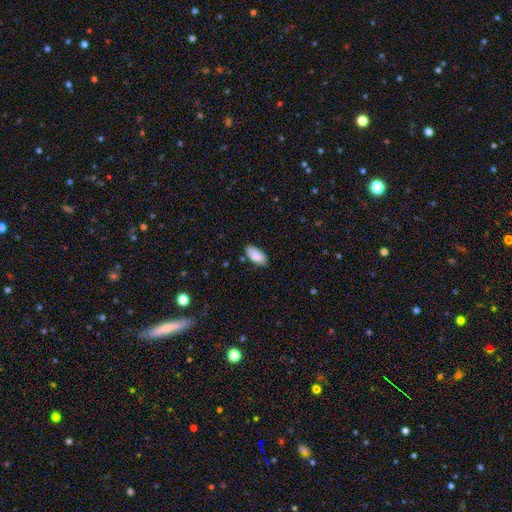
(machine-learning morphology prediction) This appears to be a smooth galaxy with no disk features (87%) that is in between round and cigar-shaped (92%). Merging: none (80%).